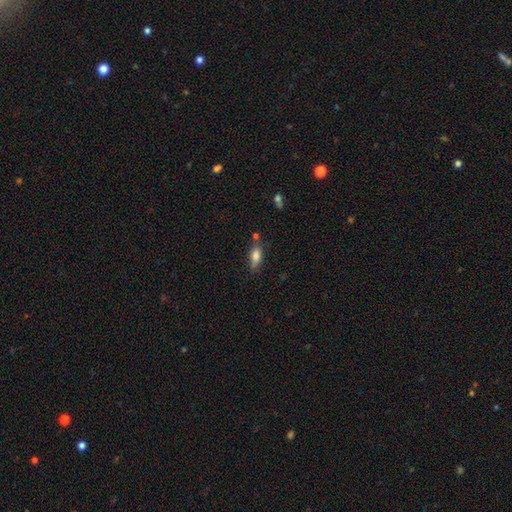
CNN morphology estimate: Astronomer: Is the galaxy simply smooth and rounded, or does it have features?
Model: smooth — 78%.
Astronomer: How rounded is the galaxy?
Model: in between — 76%.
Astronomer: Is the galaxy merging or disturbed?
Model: none — 69%.